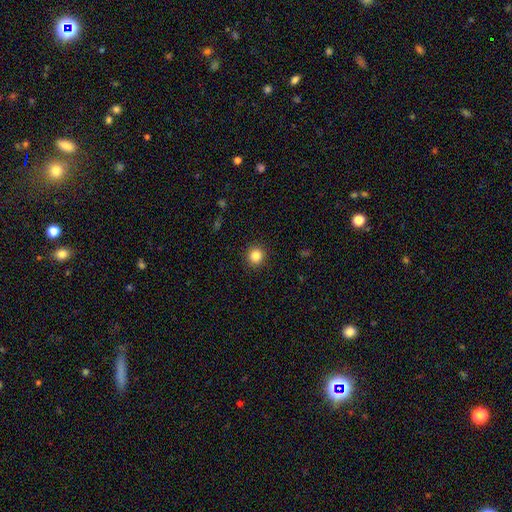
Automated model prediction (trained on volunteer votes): smooth-or-featured: smooth: 85% | star or artifact: 11% | featured or disk: 4%
  how-rounded: round: 93% | in between: 6% | cigar-shaped: 1%
  merging: none: 92% | minor disturbance: 5% | major disturbance: 2% | merger: 1%